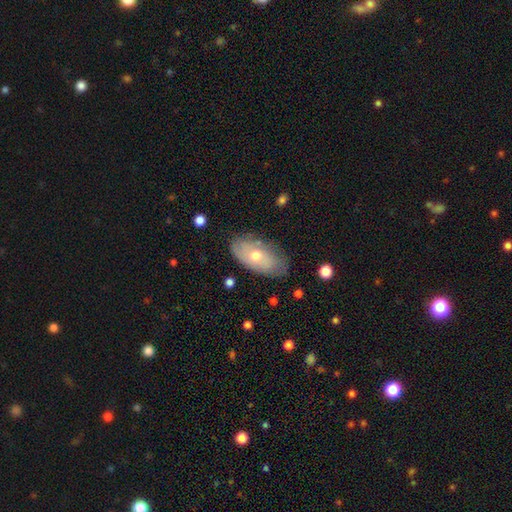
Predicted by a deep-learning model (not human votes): This is possibly a featured or disk galaxy (47%). Merging: likely none (78%).